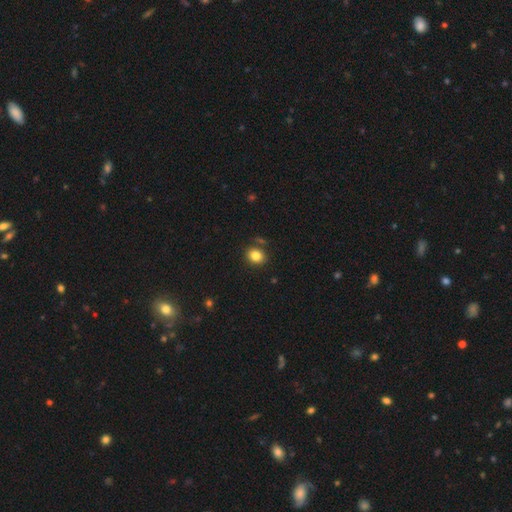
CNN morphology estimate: Smooth or featured? Predicted: smooth (p=0.83). How rounded? Predicted: round (p=0.63). Merging? Predicted: none (p=0.81).